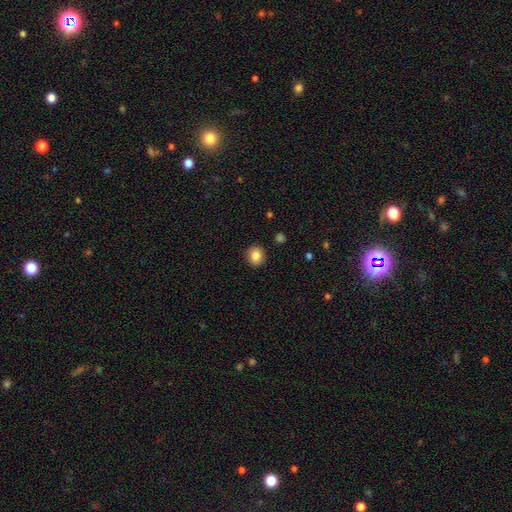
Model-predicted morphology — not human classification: The model was most divided on "how rounded": round: 80%, in between: 19%, cigar-shaped: 1%. More confident: merging — none (91%); smooth or featured — smooth (85%).